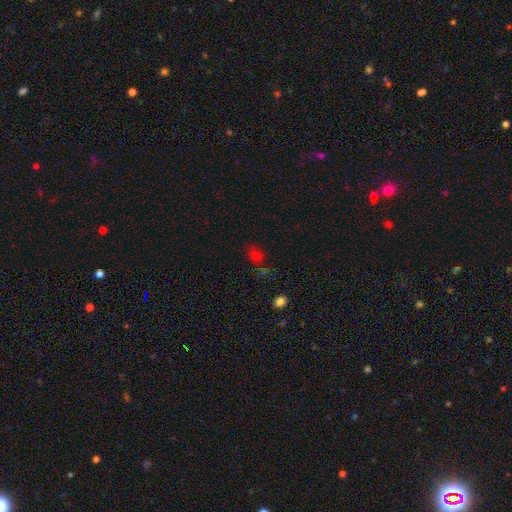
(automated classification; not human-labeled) This appears to be a smooth galaxy with no disk features (63%) that is in between round and cigar-shaped (64%). Merging: none (58%).